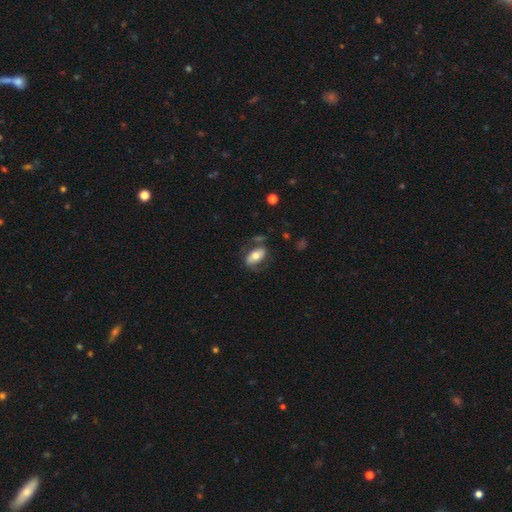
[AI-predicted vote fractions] This appears to be a smooth galaxy with no disk features (52%) that is in between round and cigar-shaped (89%). Merging: none (60%).